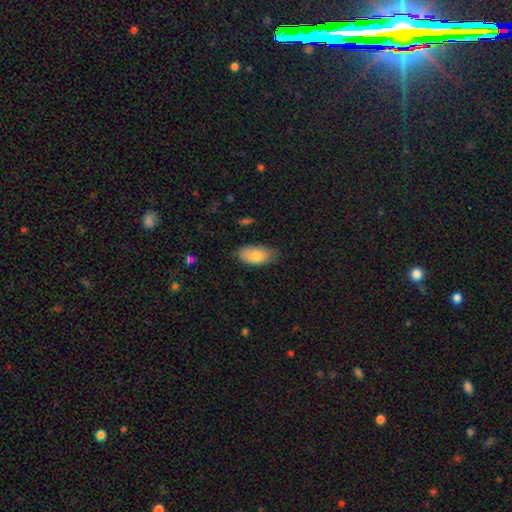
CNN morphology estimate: Smooth or featured: smooth — 80% (featured or disk — 14%)
How rounded: in between — 93% (round — 4%)
Merging: none — 71% (minor disturbance — 24%)